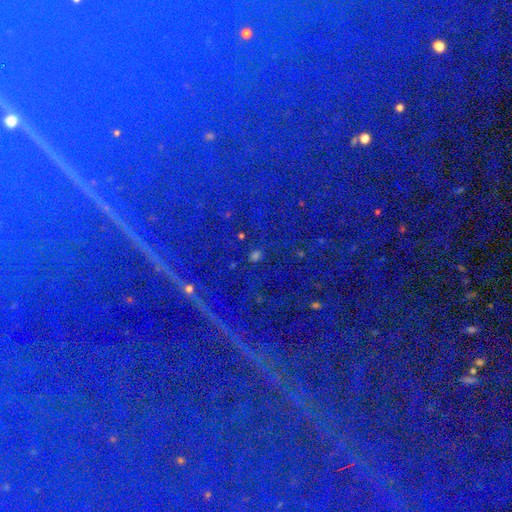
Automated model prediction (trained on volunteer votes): Overall: star or artifact (77%).